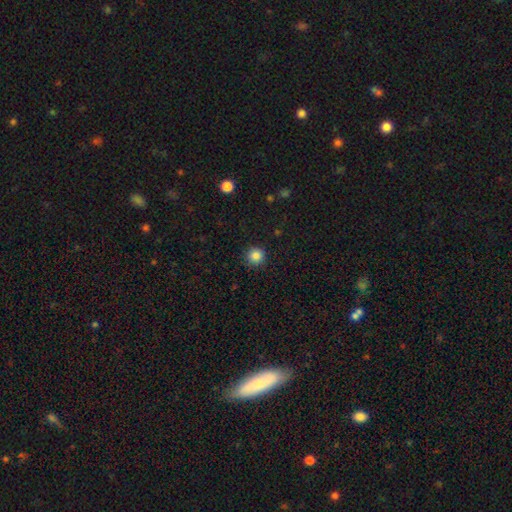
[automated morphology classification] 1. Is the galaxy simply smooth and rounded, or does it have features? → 85% smooth, 11% star or artifact, 4% featured or disk.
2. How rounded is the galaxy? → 95% round, 4% in between, 1% cigar-shaped.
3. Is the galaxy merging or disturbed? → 91% none, 6% minor disturbance, 2% major disturbance, 1% merger.